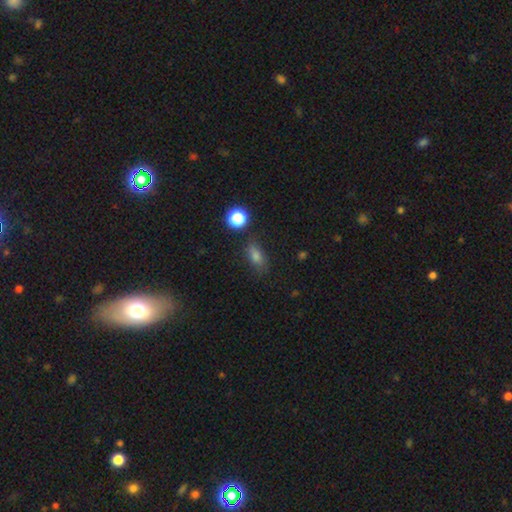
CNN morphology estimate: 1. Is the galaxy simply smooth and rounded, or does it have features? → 74% smooth, 17% star or artifact, 9% featured or disk.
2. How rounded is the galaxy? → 75% in between, 15% round, 9% cigar-shaped.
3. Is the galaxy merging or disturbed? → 75% none, 16% minor disturbance, 5% major disturbance, 4% merger.